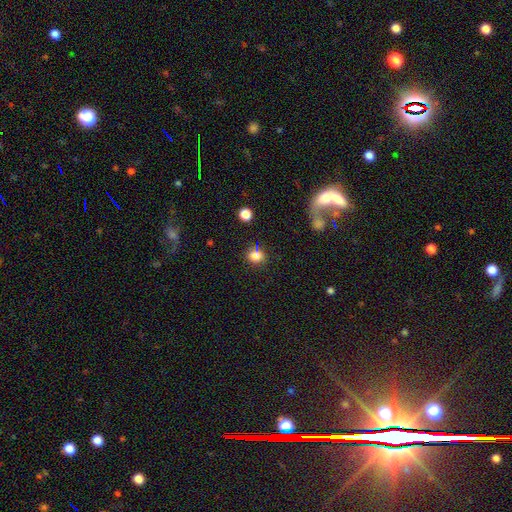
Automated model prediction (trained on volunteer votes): smooth_or_featured: smooth (p=0.80) [alt: star or artifact p=0.14]
how_rounded: round (p=0.70) [alt: in between p=0.29]
merging: none (p=0.76) [alt: minor disturbance p=0.13]